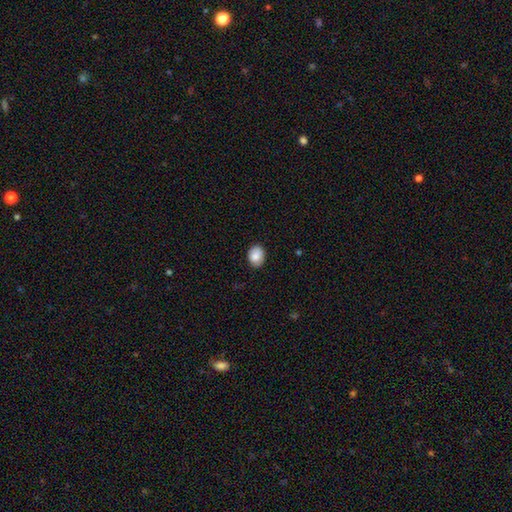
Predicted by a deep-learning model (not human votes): Smooth or featured?
  - smooth: 85% *
  - featured or disk: 8%
  - star or artifact: 7%
How rounded?
  - in between: 61% *
  - round: 38%
  - cigar-shaped: 1%
Merging?
  - none: 86% *
  - minor disturbance: 11%
  - major disturbance: 2%
  - merger: 1%